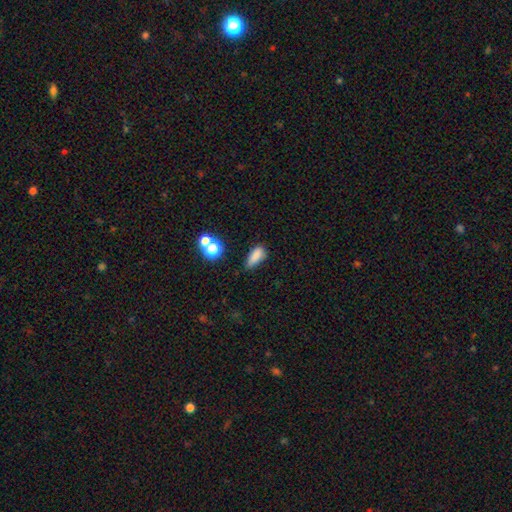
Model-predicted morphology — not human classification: A smooth galaxy with no disk features (80%) that is in between round and cigar-shaped (69%). Merging: none (58%).